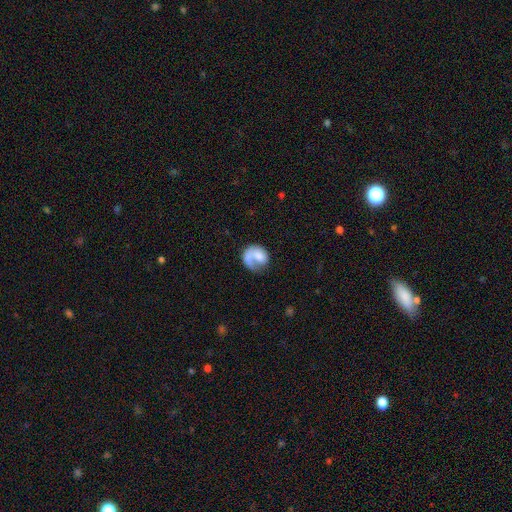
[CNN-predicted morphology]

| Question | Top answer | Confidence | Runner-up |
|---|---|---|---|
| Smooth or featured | featured or disk | 50% | smooth (43%) |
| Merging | none | 42% | major disturbance (30%) |